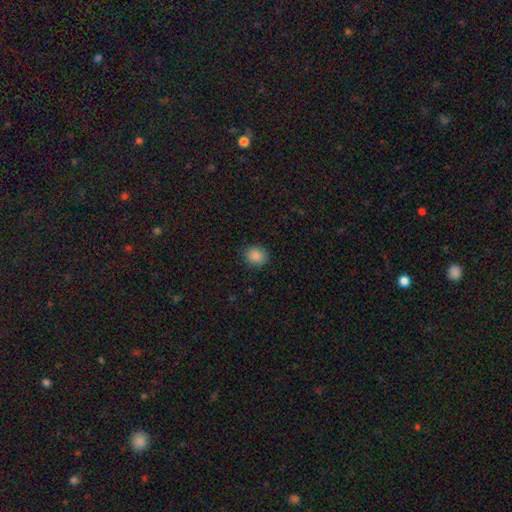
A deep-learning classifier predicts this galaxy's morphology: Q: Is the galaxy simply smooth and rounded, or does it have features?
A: smooth — 87%.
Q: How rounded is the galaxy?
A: round — 65%.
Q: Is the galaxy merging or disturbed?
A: none — 87%.